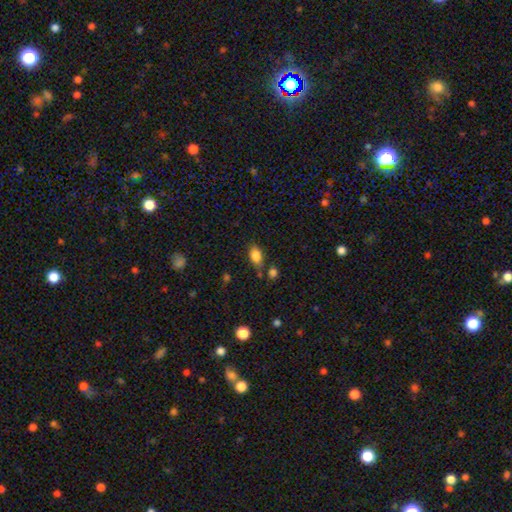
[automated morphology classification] smooth 84%, star or artifact 9%, featured or disk 7%. Down the decision tree: how rounded — in between (88%); merging — none (71%).